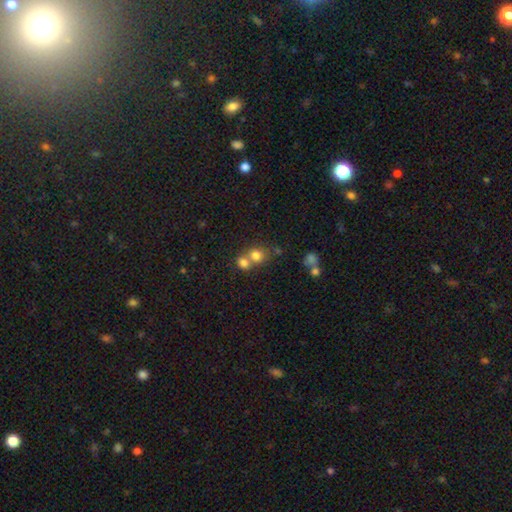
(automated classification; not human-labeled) smooth 76%, star or artifact 13%, featured or disk 11%. Down the decision tree: how rounded — round (78%); merging — merger (50%).